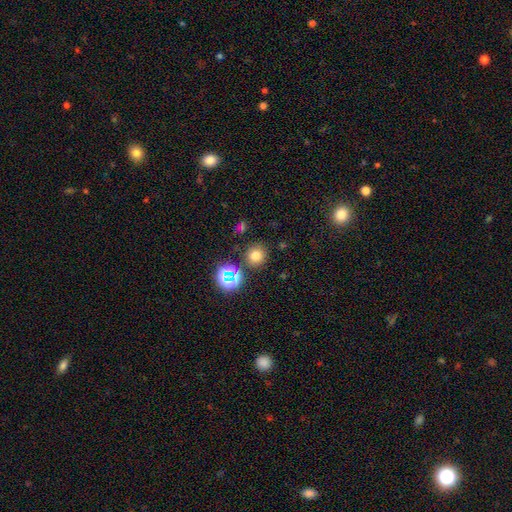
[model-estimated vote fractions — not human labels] Overall: smooth (72%). How rounded: round (91%). Merging: none (84%).